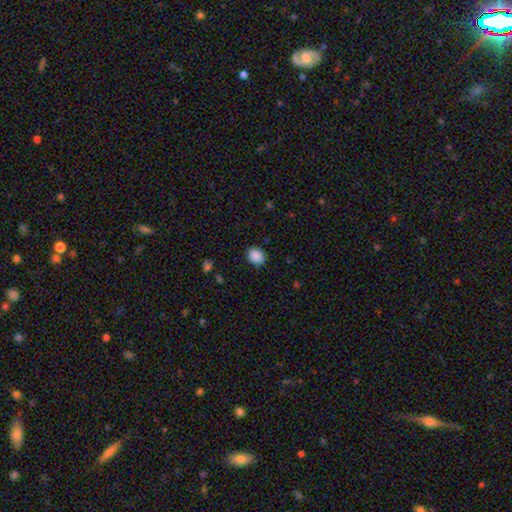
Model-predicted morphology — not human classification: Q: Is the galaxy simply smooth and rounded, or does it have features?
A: smooth — 88%.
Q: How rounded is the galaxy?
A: round — 51%.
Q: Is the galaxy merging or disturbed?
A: none — 84%.